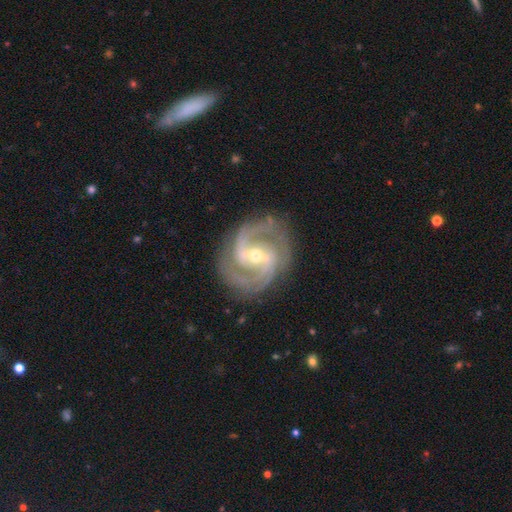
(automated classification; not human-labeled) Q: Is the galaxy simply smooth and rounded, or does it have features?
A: featured or disk — 93%.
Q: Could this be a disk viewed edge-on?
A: no — 98%.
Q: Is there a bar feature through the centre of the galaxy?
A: weak — 42%, tied with strong.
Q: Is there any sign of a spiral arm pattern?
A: yes — 98%.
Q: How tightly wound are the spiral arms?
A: medium — 52%.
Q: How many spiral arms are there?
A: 2 — 63%.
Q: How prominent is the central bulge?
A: small — 50%.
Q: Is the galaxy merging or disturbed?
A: none — 80%.